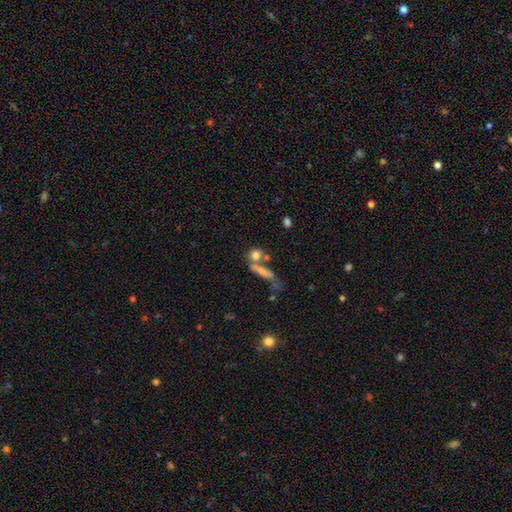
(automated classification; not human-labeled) This appears to be a smooth galaxy with no disk features (72%) that is round (60%). Merging: none (45%).